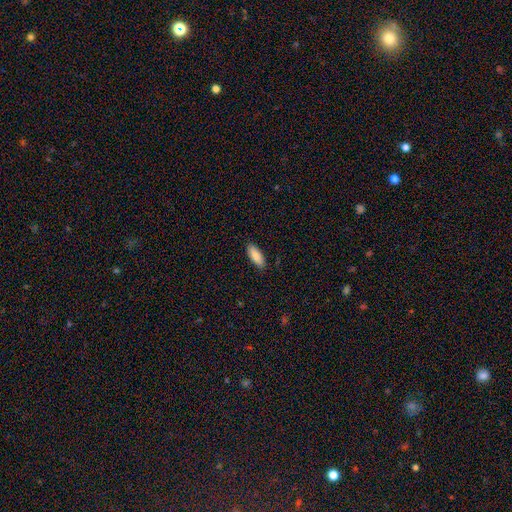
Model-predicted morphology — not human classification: Overall: smooth (89%). How rounded: in between (73%). Merging: none (88%).